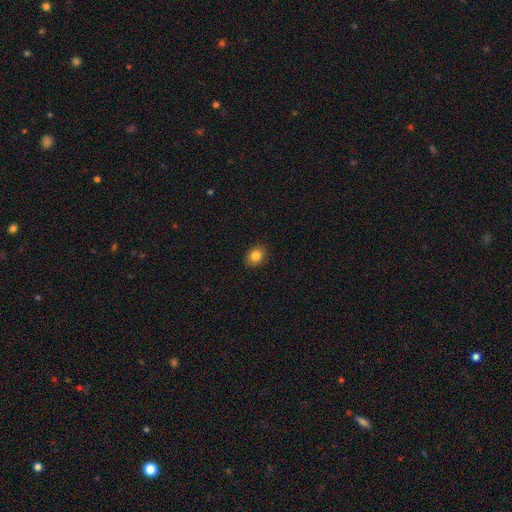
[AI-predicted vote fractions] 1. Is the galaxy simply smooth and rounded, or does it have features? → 83% smooth, 10% star or artifact, 7% featured or disk.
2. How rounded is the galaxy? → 51% in between, 48% round, 1% cigar-shaped.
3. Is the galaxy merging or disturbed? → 89% none, 8% minor disturbance, 2% major disturbance, 1% merger.